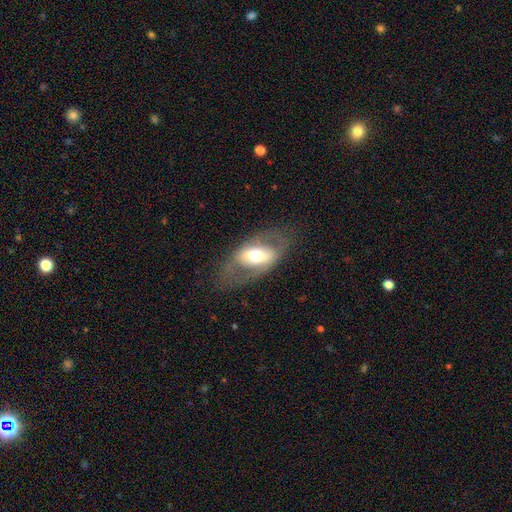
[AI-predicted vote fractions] Smooth or featured: featured or disk — 58% (smooth — 35%)
Edge-on disk: no — 87% (yes — 13%)
Bar: strong — 37% (no — 35%)
Spiral arms: no — 64% (yes — 36%)
Bulge size: moderate — 60% (large — 24%)
Merging: none — 66% (minor disturbance — 17%)